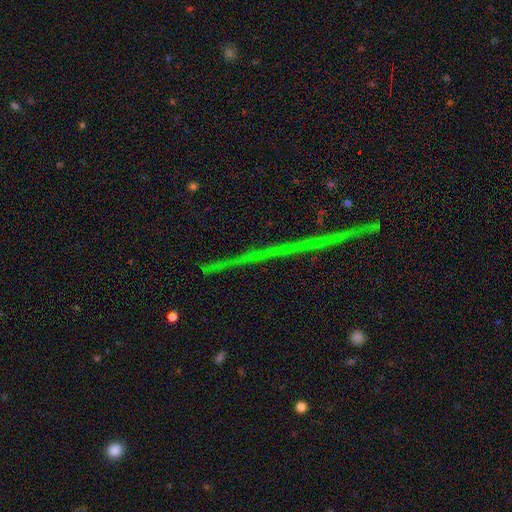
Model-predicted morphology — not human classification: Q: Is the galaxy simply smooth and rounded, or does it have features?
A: star or artifact — 73%.